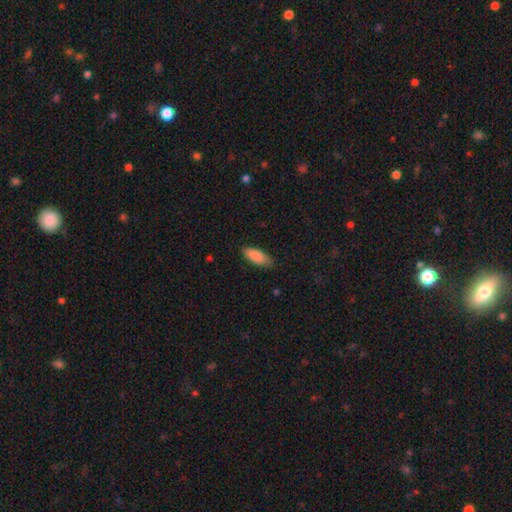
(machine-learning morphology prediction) Smooth or featured? smooth (88%)
How rounded? in between (81%)
Merging? none (79%)